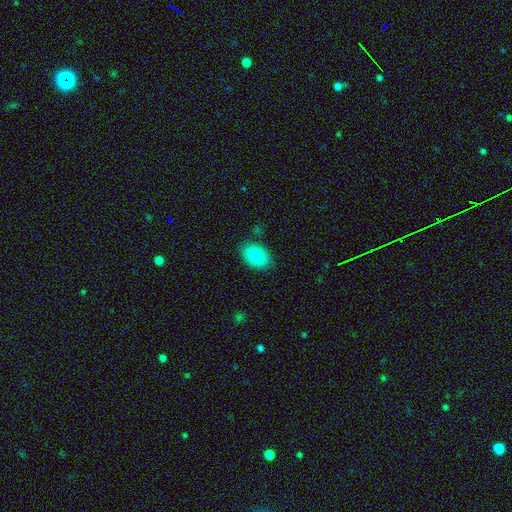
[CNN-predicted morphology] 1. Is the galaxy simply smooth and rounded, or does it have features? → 83% smooth, 10% featured or disk, 7% star or artifact.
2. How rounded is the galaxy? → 86% in between, 13% round, 1% cigar-shaped.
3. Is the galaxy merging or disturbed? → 85% none, 11% minor disturbance, 3% major disturbance, 2% merger.